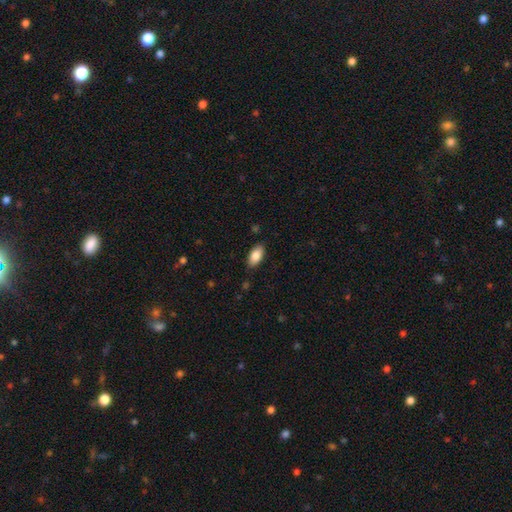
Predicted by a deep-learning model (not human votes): This appears to be a smooth galaxy with no disk features (84%) that is in between round and cigar-shaped (91%). Merging: none (85%).